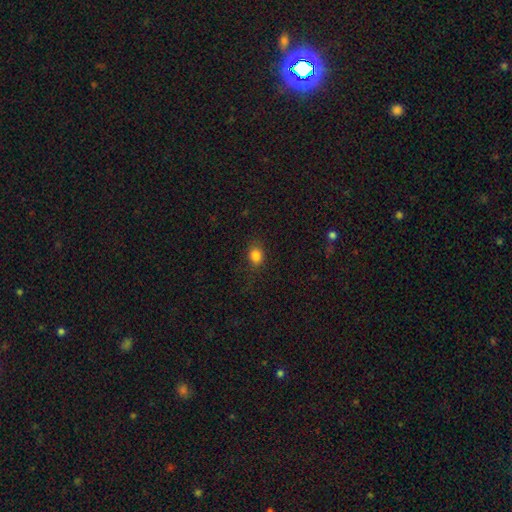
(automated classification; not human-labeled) Smooth or featured? smooth (84%)
How rounded? in between (53%)
Merging? none (80%)